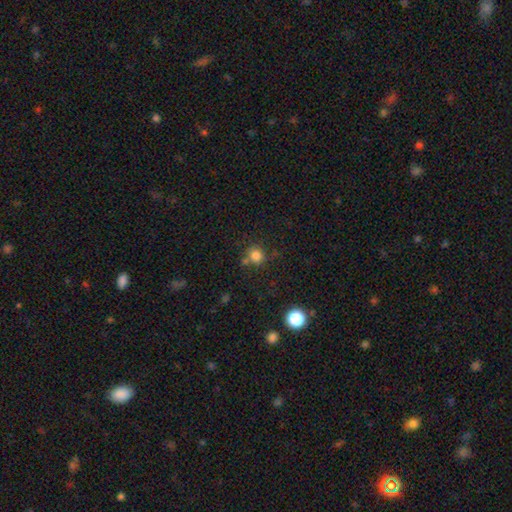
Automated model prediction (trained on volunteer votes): A smooth galaxy with no disk features (80%) that is round (86%).

Vote fractions:
- Smooth or featured? smooth: 80% / star or artifact: 14% / featured or disk: 6%
- How rounded? round: 86% / in between: 13% / cigar-shaped: 1%
- Merging? none: 68% / merger: 16% / minor disturbance: 12% / major disturbance: 4%